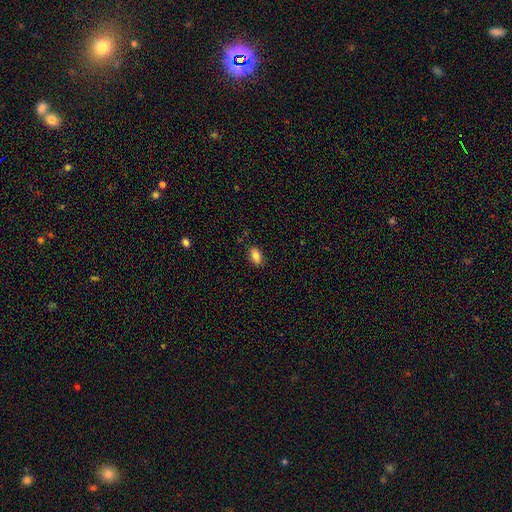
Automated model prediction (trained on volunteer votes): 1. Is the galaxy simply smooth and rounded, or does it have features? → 83% smooth, 8% star or artifact, 8% featured or disk.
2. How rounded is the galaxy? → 88% in between, 10% round, 2% cigar-shaped.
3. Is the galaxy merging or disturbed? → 86% none, 11% minor disturbance, 2% major disturbance, 1% merger.